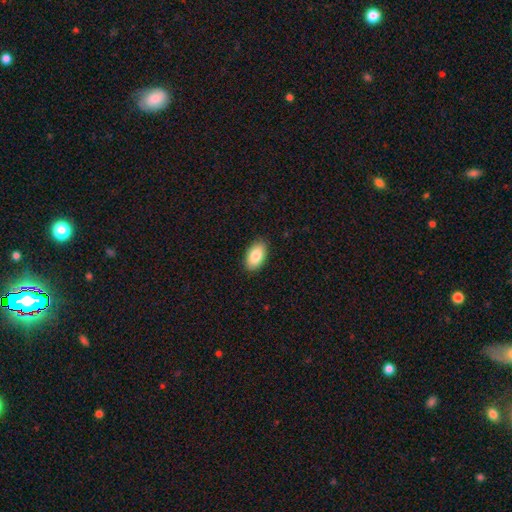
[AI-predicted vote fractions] Smooth or featured: smooth — 86% (featured or disk — 8%)
How rounded: in between — 94% (round — 4%)
Merging: none — 88% (minor disturbance — 9%)